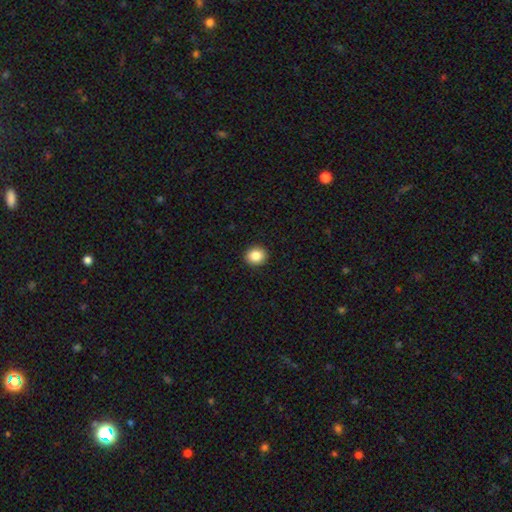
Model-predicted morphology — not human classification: Smooth or featured?
  - smooth: 87% *
  - star or artifact: 9%
  - featured or disk: 4%
How rounded?
  - round: 78% *
  - in between: 21%
  - cigar-shaped: 1%
Merging?
  - none: 92% *
  - minor disturbance: 5%
  - major disturbance: 2%
  - merger: 1%